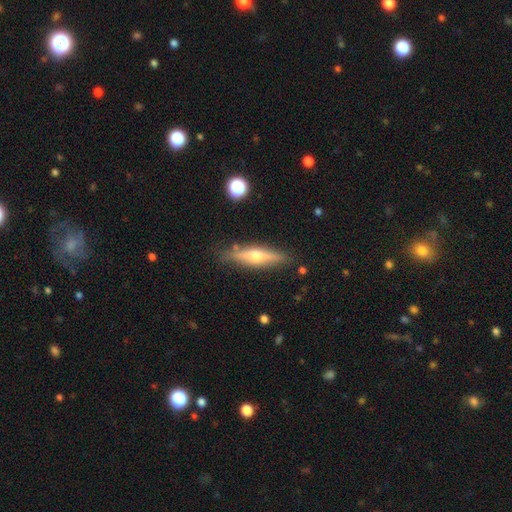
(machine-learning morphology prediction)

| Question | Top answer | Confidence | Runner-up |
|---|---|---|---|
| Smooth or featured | featured or disk | 64% | smooth (29%) |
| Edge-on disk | yes | 94% | no (6%) |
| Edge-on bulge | rounded | 90% | none (6%) |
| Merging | none | 85% | minor disturbance (11%) |